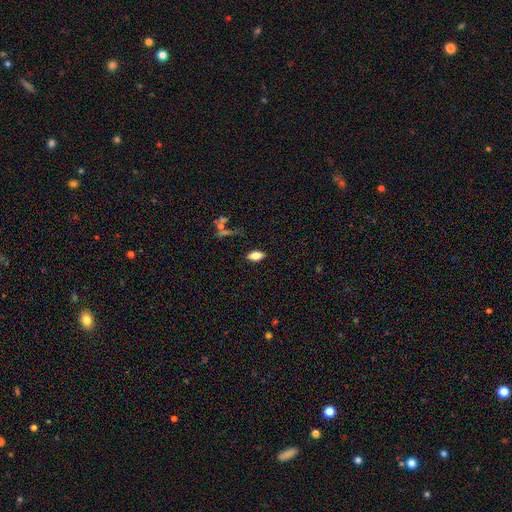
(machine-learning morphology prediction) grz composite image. It shows a smooth galaxy with no disk features (75%) that is in between round and cigar-shaped (87%). Merging: none (86%).